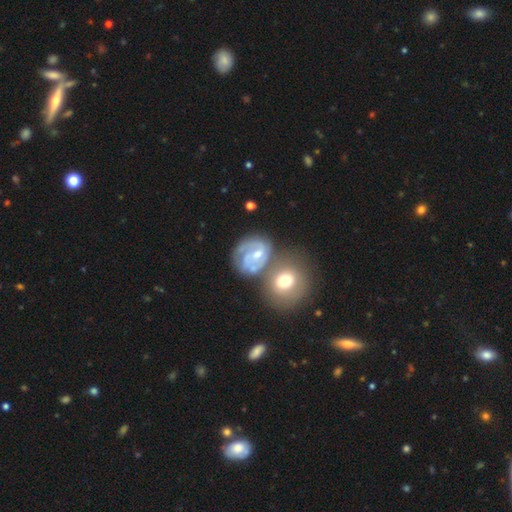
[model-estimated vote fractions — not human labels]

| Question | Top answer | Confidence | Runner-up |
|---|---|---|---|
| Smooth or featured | featured or disk | 73% | smooth (20%) |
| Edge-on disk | no | 98% | yes (2%) |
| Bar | no | 47% | weak (42%) |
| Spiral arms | yes | 86% | no (14%) |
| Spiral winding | tight | 46% | medium (40%) |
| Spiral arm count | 2 | 47% | can't tell (24%) |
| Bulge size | moderate | 47% | small (46%) |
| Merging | none | 44% | merger (26%) |